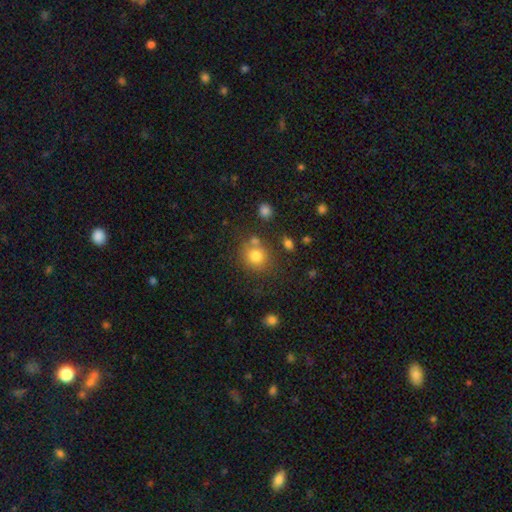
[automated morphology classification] smooth-or-featured: smooth: 79% | star or artifact: 12% | featured or disk: 9%
  how-rounded: round: 84% | in between: 15% | cigar-shaped: 1%
  merging: none: 67% | merger: 16% | minor disturbance: 12% | major disturbance: 5%